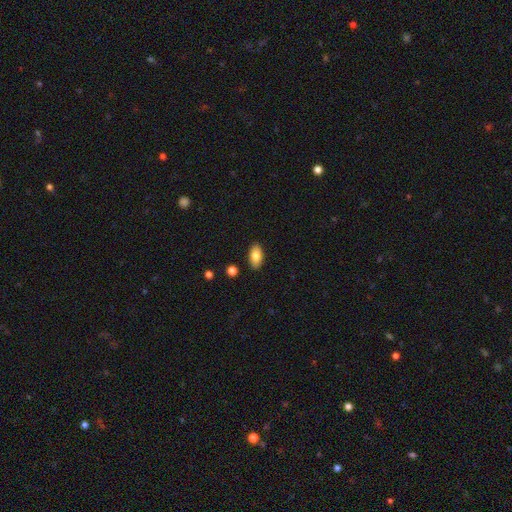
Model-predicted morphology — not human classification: Smooth or featured? Predicted: smooth (p=0.82). How rounded? Predicted: in between (p=0.93). Merging? Predicted: none (p=0.88).